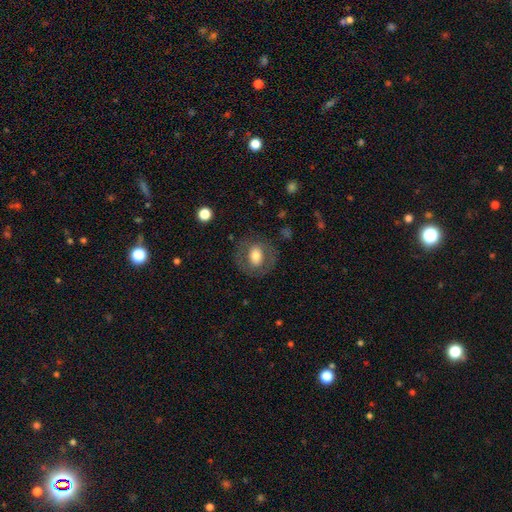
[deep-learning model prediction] Smooth or featured? smooth (58%)
How rounded? round (56%)
Merging? none (77%)